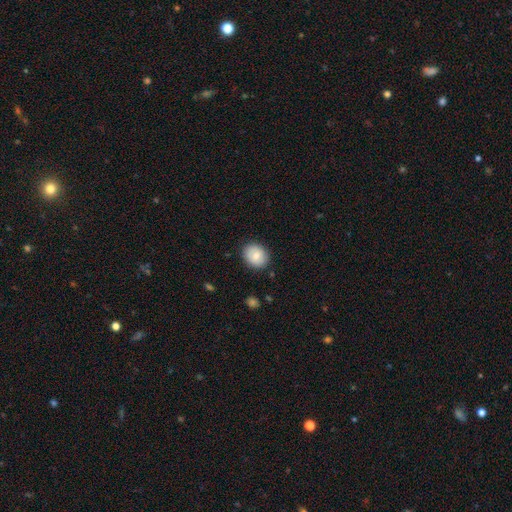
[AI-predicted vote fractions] Overall: smooth (77%). How rounded: round (62%; in between 37%). Merging: none (87%).